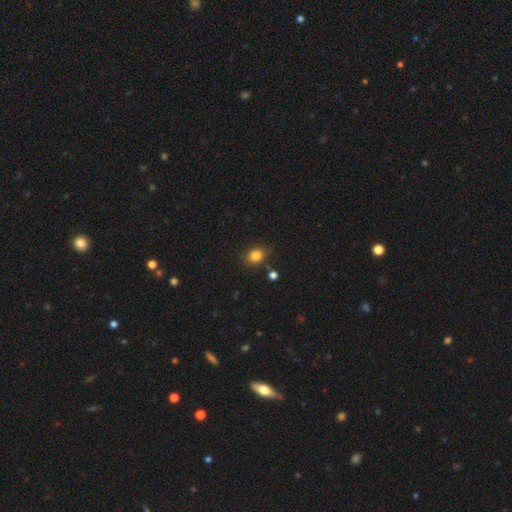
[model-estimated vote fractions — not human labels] Q: Smooth or featured?
A: smooth (82%); runner-up: star or artifact (12%)
Q: How rounded?
A: round (57%); runner-up: in between (42%)
Q: Merging?
A: none (80%); runner-up: minor disturbance (13%)